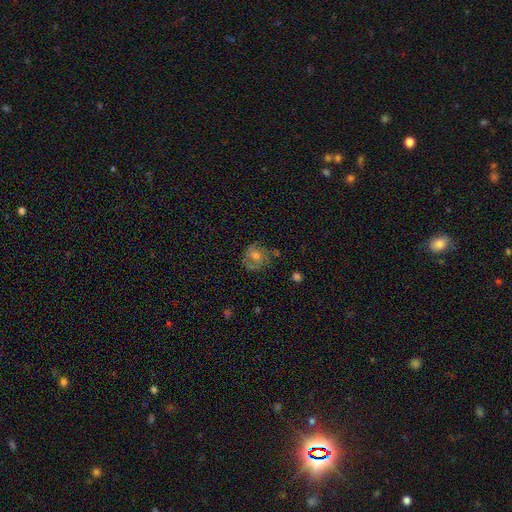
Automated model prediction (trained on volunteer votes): Smooth or featured: featured or disk — 54% (smooth — 35%)
Edge-on disk: no — 97% (yes — 3%)
Bar: no — 71% (weak — 25%)
Spiral arms: yes — 71% (no — 29%)
Bulge size: moderate — 61% (small — 24%)
Merging: none — 64% (minor disturbance — 22%)